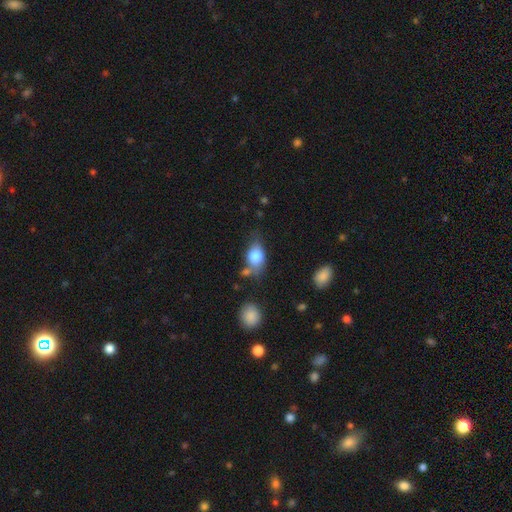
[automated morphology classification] Smooth or featured?
  - smooth: 79% *
  - featured or disk: 14%
  - star or artifact: 8%
How rounded?
  - in between: 80% *
  - round: 17%
  - cigar-shaped: 3%
Merging?
  - none: 54% *
  - minor disturbance: 25%
  - merger: 13%
  - major disturbance: 8%